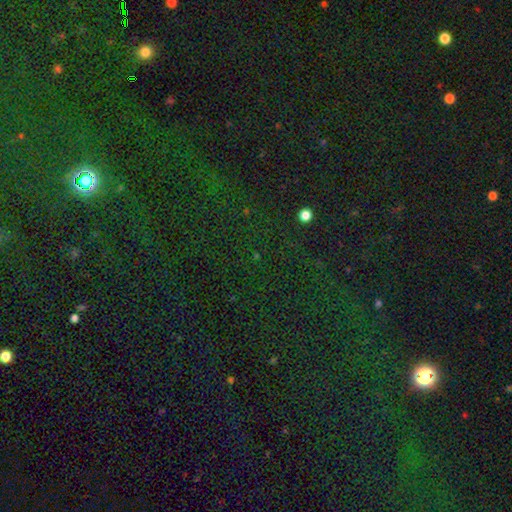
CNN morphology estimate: Smooth or featured?
  - star or artifact: 82% *
  - smooth: 11%
  - featured or disk: 7%